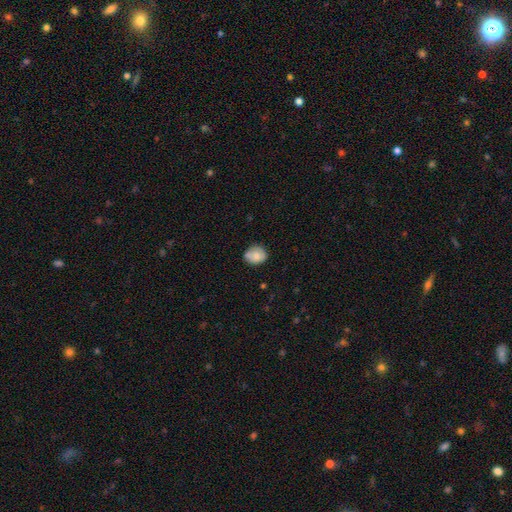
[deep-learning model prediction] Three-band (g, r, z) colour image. It shows a smooth galaxy with no disk features (72%) that is round (68%). Merging: none (65%).